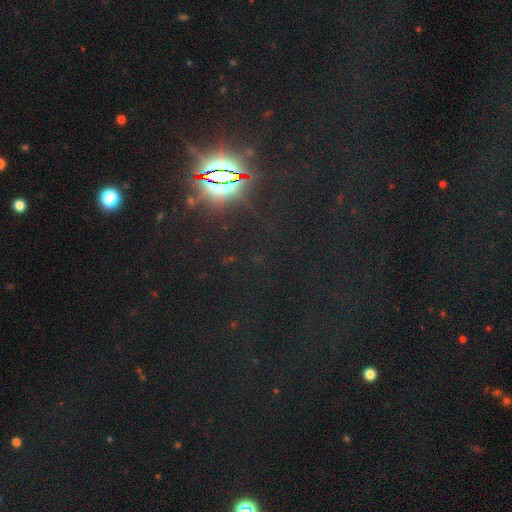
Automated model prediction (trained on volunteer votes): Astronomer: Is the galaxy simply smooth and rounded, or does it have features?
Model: star or artifact — 82%.